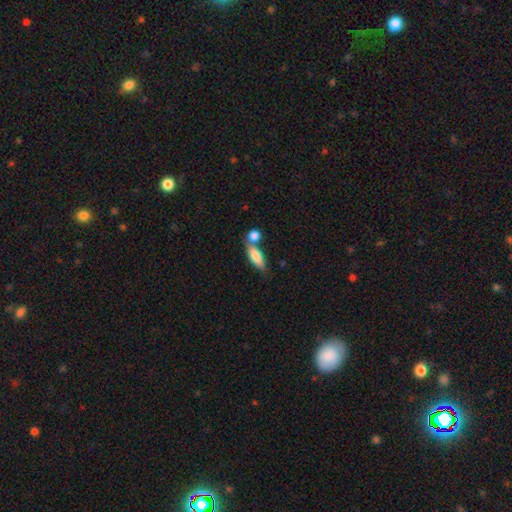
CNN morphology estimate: Smooth or featured? smooth (79%)
How rounded? in between (71%)
Merging? merger (43%)